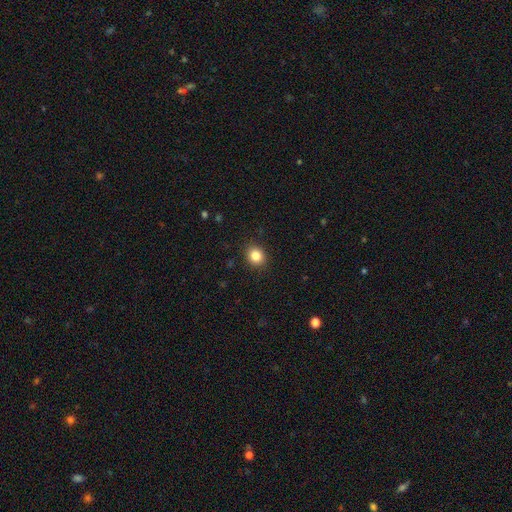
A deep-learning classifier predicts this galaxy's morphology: smooth-or-featured: smooth: 85% | star or artifact: 10% | featured or disk: 5%
  how-rounded: round: 69% | in between: 30% | cigar-shaped: 1%
  merging: none: 90% | minor disturbance: 7% | major disturbance: 2% | merger: 1%